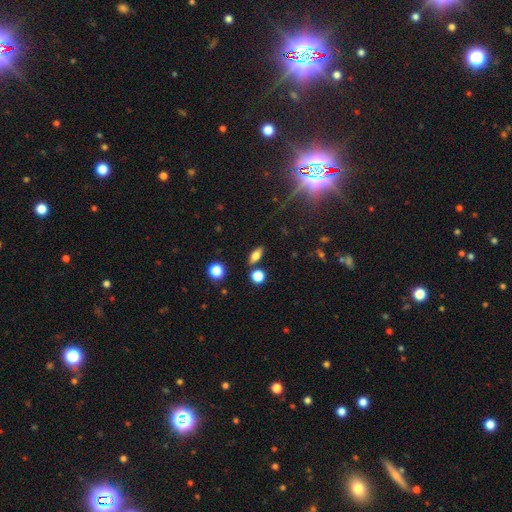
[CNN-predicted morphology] Q: Smooth or featured?
A: smooth (67%); runner-up: featured or disk (20%)
Q: How rounded?
A: in between (72%); runner-up: cigar-shaped (17%)
Q: Merging?
A: none (82%); runner-up: minor disturbance (10%)